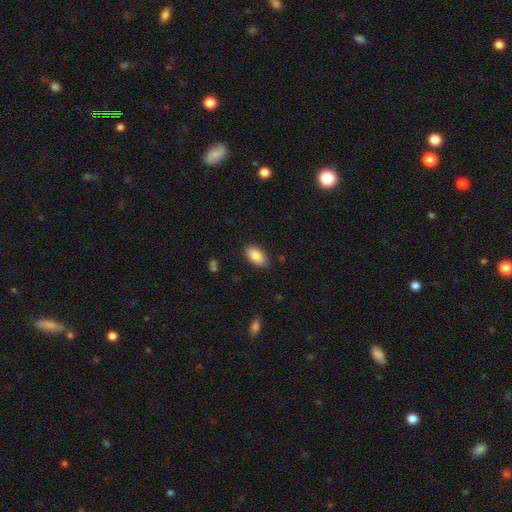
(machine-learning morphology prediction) A smooth galaxy with no disk features (86%) that is in between round and cigar-shaped (94%).

Vote fractions:
- Smooth or featured? smooth: 86% / featured or disk: 7% / star or artifact: 7%
- How rounded? in between: 94% / round: 4% / cigar-shaped: 2%
- Merging? none: 87% / minor disturbance: 10% / major disturbance: 2% / merger: 1%